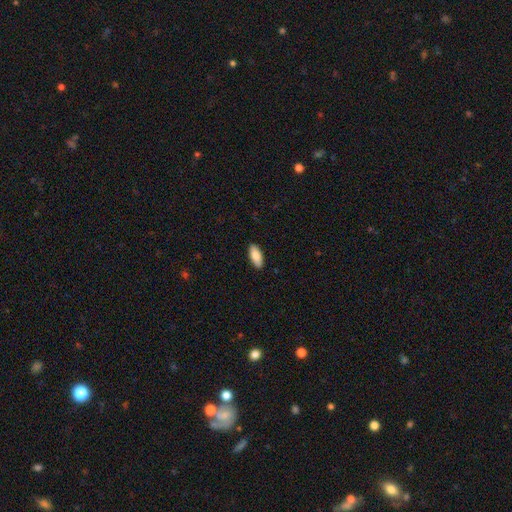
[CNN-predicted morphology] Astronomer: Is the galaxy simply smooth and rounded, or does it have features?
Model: smooth — 85%.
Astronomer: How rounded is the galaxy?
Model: in between — 87%.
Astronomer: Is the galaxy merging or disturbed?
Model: none — 89%.